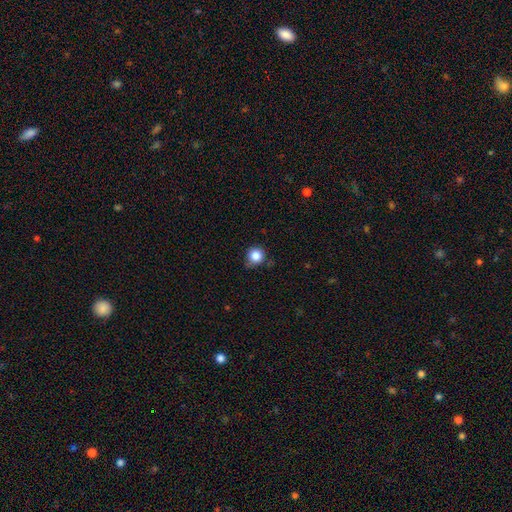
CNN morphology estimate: type=smooth (84%); roundness=round (92%); merging=none (77%).